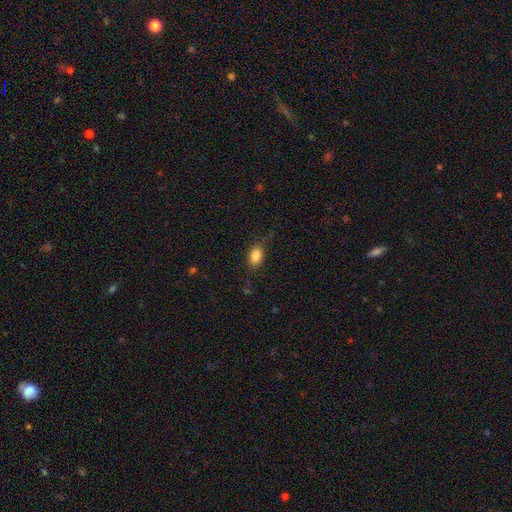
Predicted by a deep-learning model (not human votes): Smooth or featured? smooth (85%)
How rounded? in between (82%)
Merging? none (75%)